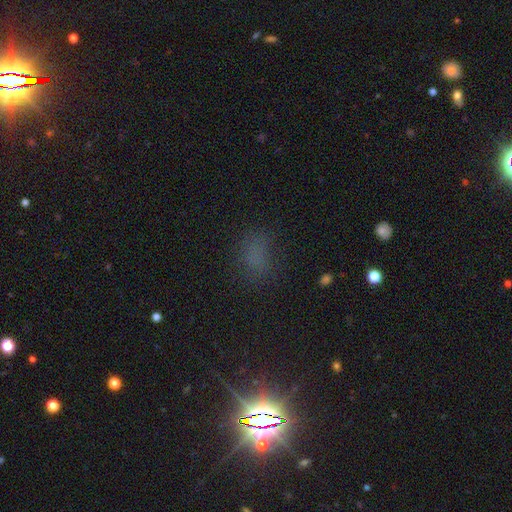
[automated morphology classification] type=smooth (56%); roundness=in between (66%); merging=none (70%).